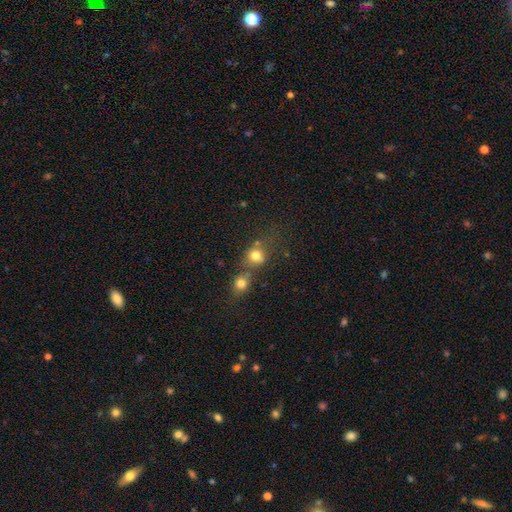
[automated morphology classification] A smooth galaxy with no disk features (76%) that is round (77%). Merging: none (45%).